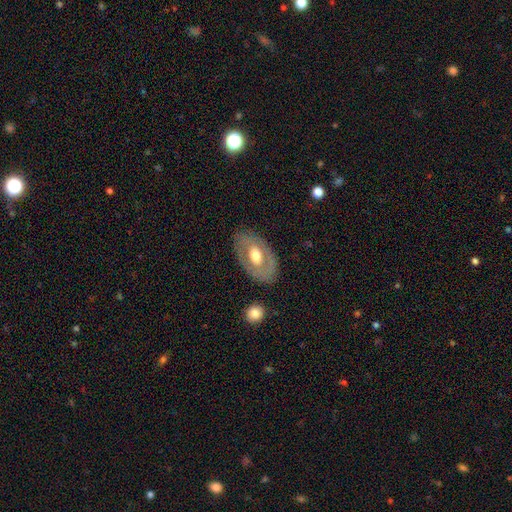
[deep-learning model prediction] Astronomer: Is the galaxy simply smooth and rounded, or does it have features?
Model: featured or disk — 49% (runner-up: smooth, 45%).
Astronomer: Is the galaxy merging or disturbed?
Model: none — 82%.